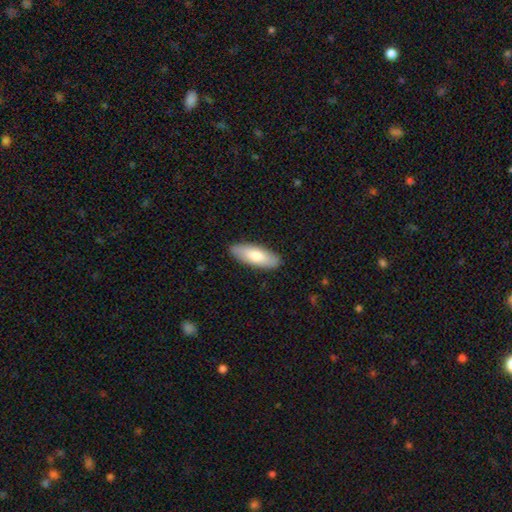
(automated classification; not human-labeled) smooth-or-featured: smooth: 74% | featured or disk: 20% | star or artifact: 5%
  how-rounded: in between: 66% | cigar-shaped: 32% | round: 2%
  merging: none: 89% | minor disturbance: 9% | major disturbance: 2% | merger: 1%